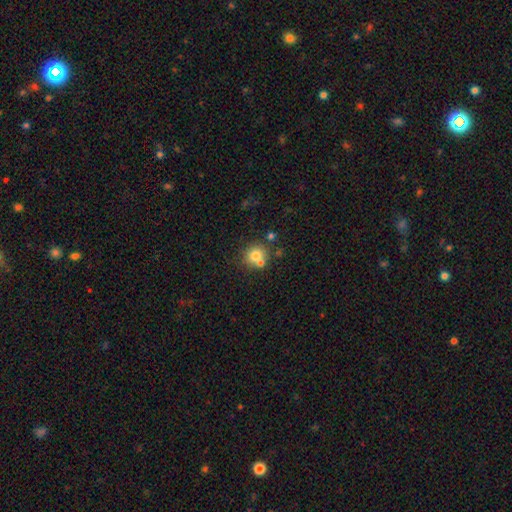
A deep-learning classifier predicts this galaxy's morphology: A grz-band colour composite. It shows a smooth galaxy with no disk features (75%) that is round (84%). Merging: none (59%).